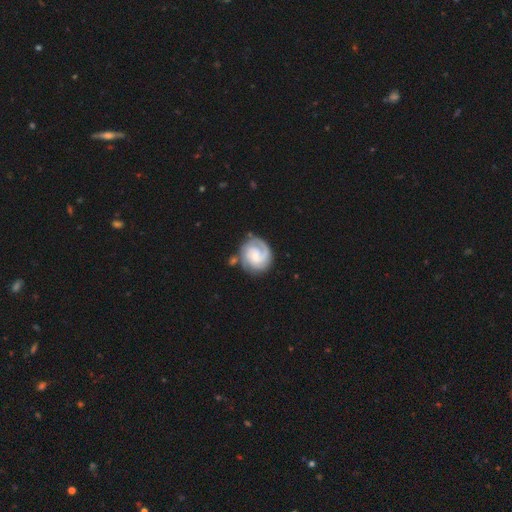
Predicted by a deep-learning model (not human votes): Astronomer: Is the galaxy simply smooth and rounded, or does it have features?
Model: featured or disk — 82%.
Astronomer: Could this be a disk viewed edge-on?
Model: no — 98%.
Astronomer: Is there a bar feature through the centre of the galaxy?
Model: no — 54% (runner-up: weak, 39%).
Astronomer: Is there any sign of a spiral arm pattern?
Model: yes — 97%.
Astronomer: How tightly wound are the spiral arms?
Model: tight — 62%.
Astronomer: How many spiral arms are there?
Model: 2 — 57%.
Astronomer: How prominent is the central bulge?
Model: small — 49% (runner-up: moderate, 27%).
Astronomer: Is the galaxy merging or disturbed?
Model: none — 71%.